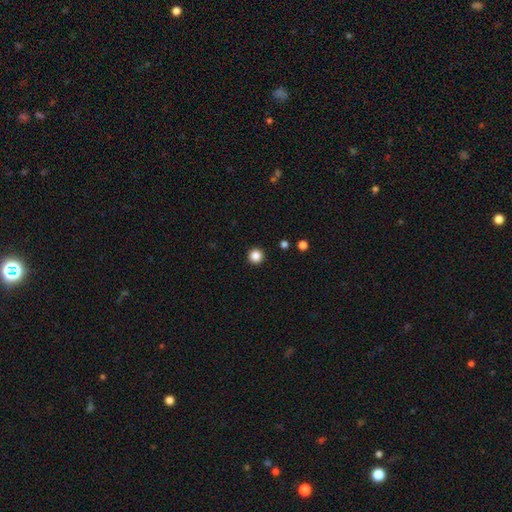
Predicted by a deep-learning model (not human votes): smooth_or_featured: smooth (p=0.86) [alt: star or artifact p=0.11]
how_rounded: round (p=0.96) [alt: in between p=0.03]
merging: none (p=0.93) [alt: minor disturbance p=0.04]